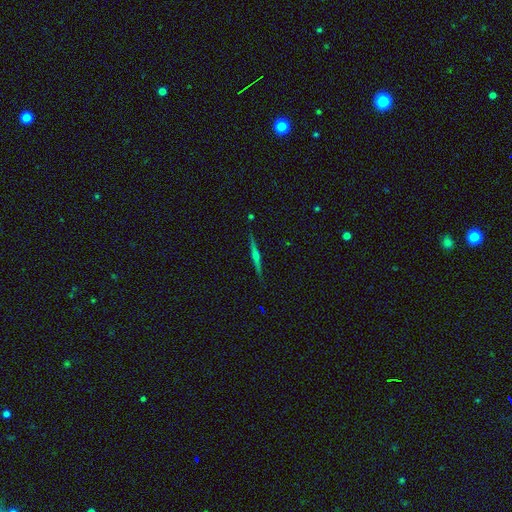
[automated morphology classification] featured or disk 77%, smooth 16%, star or artifact 7%. Down the decision tree: edge-on disk — yes (98%); edge-on bulge — rounded (84%); merging — none (91%).